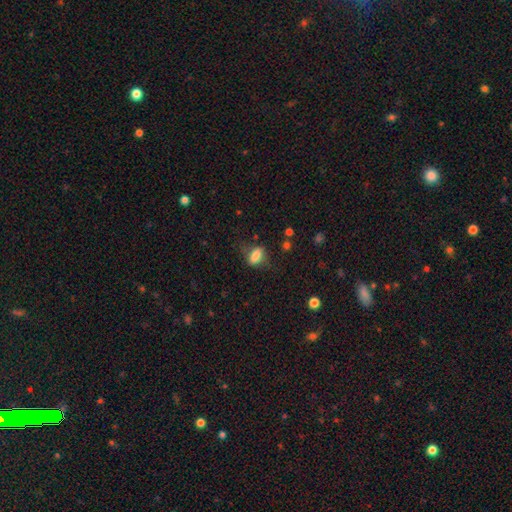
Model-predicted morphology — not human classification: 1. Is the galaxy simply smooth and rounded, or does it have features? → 75% smooth, 15% featured or disk, 10% star or artifact.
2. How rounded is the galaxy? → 78% in between, 12% round, 10% cigar-shaped.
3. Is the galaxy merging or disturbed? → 63% none, 23% minor disturbance, 12% major disturbance, 2% merger.